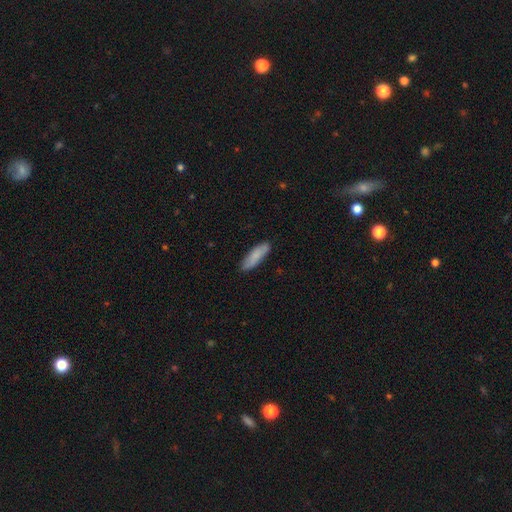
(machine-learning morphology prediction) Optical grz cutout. It shows a smooth galaxy with no disk features (82%) that is cigar-shaped (58%). Merging: none (86%).